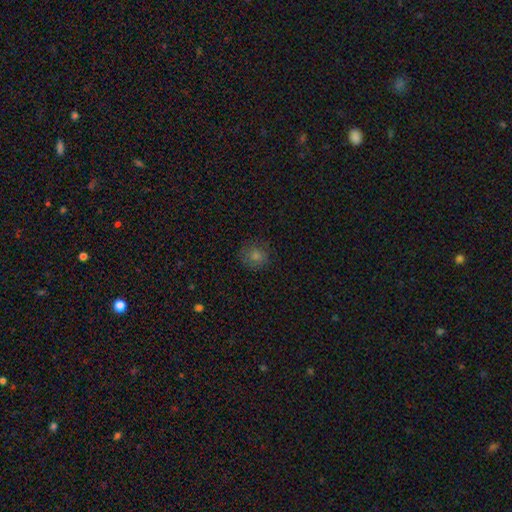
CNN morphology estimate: Overall: smooth (71%). How rounded: round (91%). Merging: none (86%).